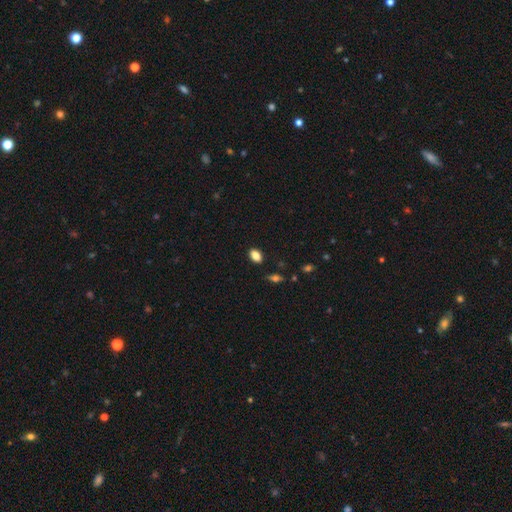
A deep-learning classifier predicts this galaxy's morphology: smooth-or-featured: smooth: 84% | star or artifact: 10% | featured or disk: 7%
  how-rounded: in between: 84% | round: 13% | cigar-shaped: 2%
  merging: none: 86% | minor disturbance: 10% | major disturbance: 2% | merger: 2%